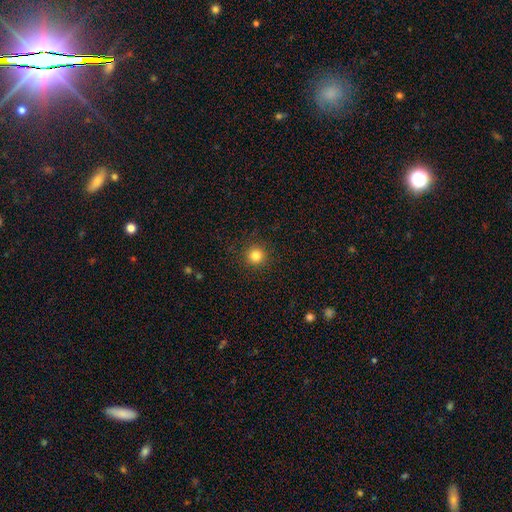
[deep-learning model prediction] Q: Smooth or featured?
A: smooth (82%); runner-up: star or artifact (13%)
Q: How rounded?
A: round (96%); runner-up: in between (3%)
Q: Merging?
A: none (92%); runner-up: minor disturbance (5%)